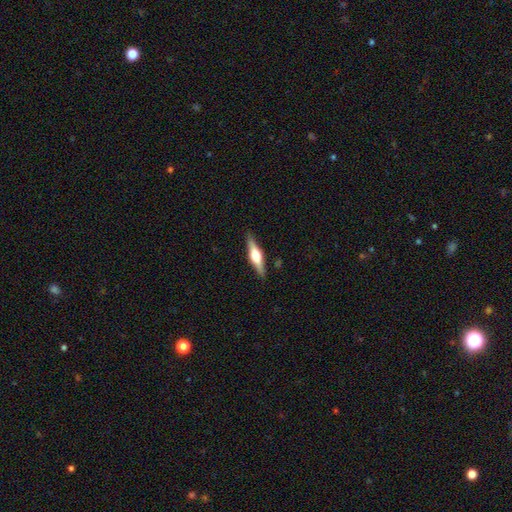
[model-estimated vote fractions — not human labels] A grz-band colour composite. It shows a featured or disk galaxy (67%) viewed edge-on (97%) with a rounded central bulge (90%). Merging: none (89%).